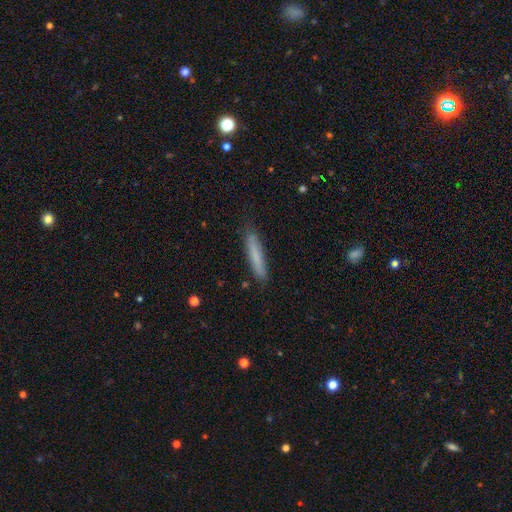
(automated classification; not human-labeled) Smooth or featured: smooth — 78% (featured or disk — 16%)
How rounded: cigar-shaped — 93% (in between — 6%)
Merging: none — 86% (minor disturbance — 11%)